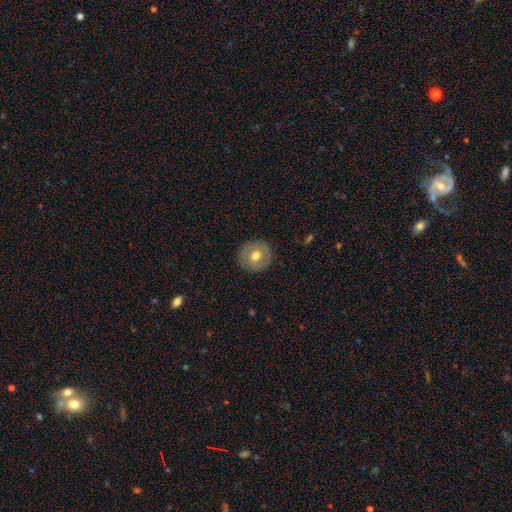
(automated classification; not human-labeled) A smooth galaxy with no disk features (60%) that is round (91%).

Vote fractions:
- Smooth or featured? smooth: 60% / featured or disk: 32% / star or artifact: 7%
- How rounded? round: 91% / in between: 8% / cigar-shaped: 1%
- Merging? none: 88% / minor disturbance: 9% / major disturbance: 2% / merger: 1%